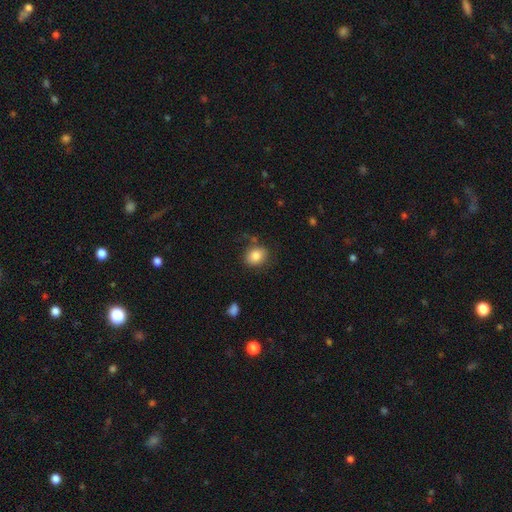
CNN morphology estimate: smooth_or_featured: smooth (p=0.83) [alt: star or artifact p=0.09]
how_rounded: round (p=0.55) [alt: in between p=0.45]
merging: none (p=0.76) [alt: minor disturbance p=0.15]